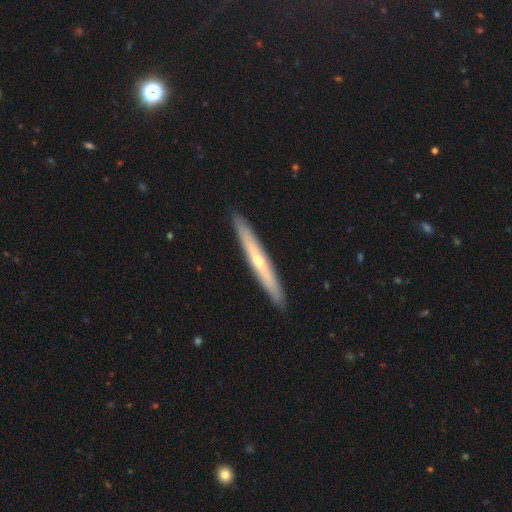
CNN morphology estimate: Smooth or featured? Predicted: featured or disk (p=0.62). Edge-on disk? Predicted: yes (p=0.92). Edge-on bulge? Predicted: rounded (p=0.68). Merging? Predicted: none (p=0.92).